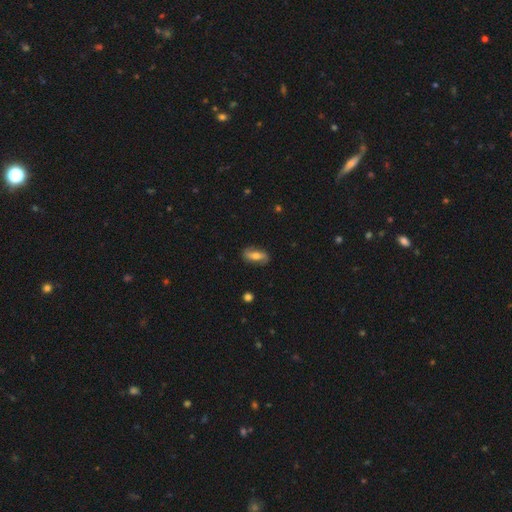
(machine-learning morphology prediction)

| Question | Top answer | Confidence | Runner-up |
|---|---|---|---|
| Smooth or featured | smooth | 49% | featured or disk (43%) |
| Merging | none | 81% | minor disturbance (14%) |